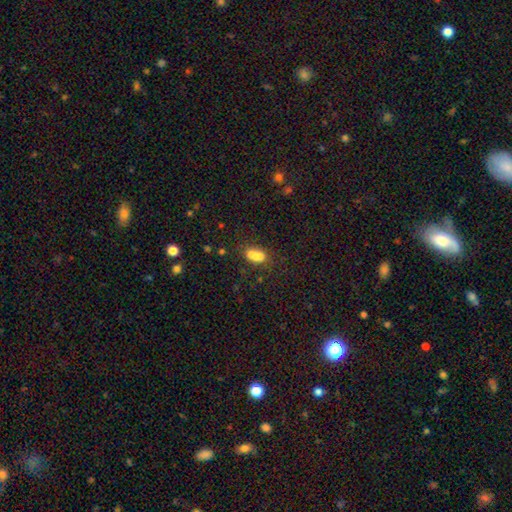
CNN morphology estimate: Smooth or featured: smooth — 78% (star or artifact — 12%)
How rounded: in between — 79% (cigar-shaped — 13%)
Merging: none — 58% (minor disturbance — 21%)